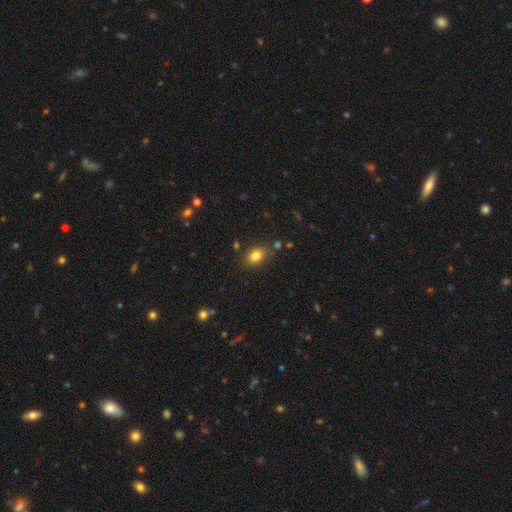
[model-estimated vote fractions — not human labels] Smooth or featured: smooth — 82% (star or artifact — 11%)
How rounded: in between — 67% (round — 32%)
Merging: none — 80% (minor disturbance — 12%)